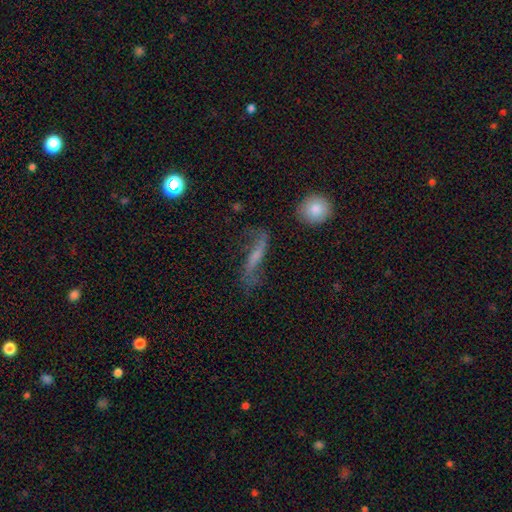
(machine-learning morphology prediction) Overall: featured or disk (64%; smooth 25%). Edge-on disk: no (75%). Merging: none (58%; minor disturbance 21%).